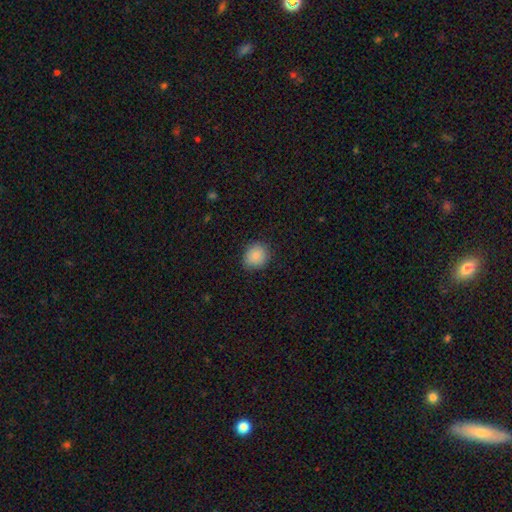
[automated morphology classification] Q: Smooth or featured?
A: smooth (87%); runner-up: star or artifact (9%)
Q: How rounded?
A: round (76%); runner-up: in between (23%)
Q: Merging?
A: none (85%); runner-up: minor disturbance (11%)